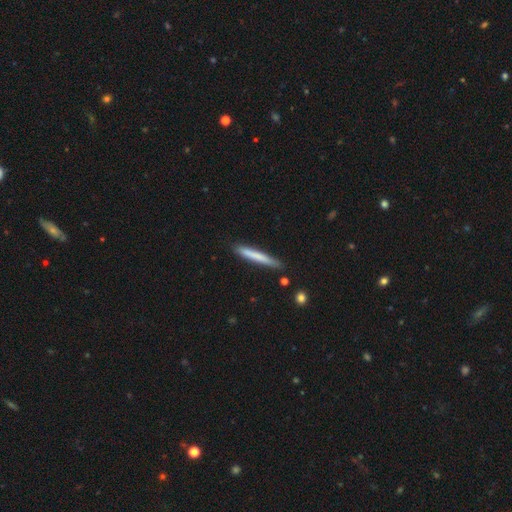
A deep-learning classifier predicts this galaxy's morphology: Smooth or featured?
  - smooth: 71% *
  - featured or disk: 23%
  - star or artifact: 6%
How rounded?
  - cigar-shaped: 96% *
  - in between: 3%
  - round: 1%
Merging?
  - none: 85% *
  - minor disturbance: 11%
  - merger: 2%
  - major disturbance: 2%